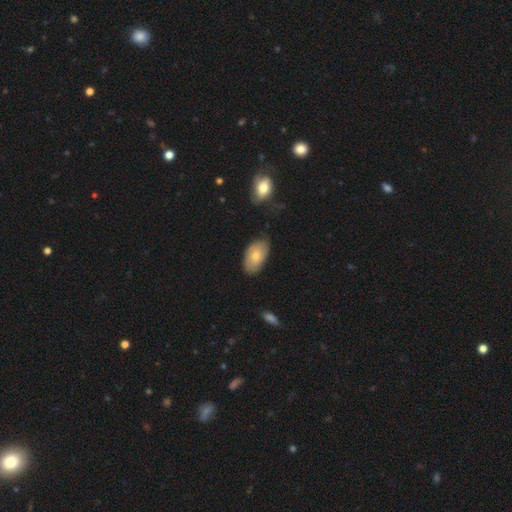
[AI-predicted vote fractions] Smooth or featured?
  - smooth: 57% *
  - featured or disk: 37%
  - star or artifact: 6%
How rounded?
  - in between: 93% *
  - round: 5%
  - cigar-shaped: 2%
Merging?
  - none: 72% *
  - minor disturbance: 22%
  - major disturbance: 4%
  - merger: 2%